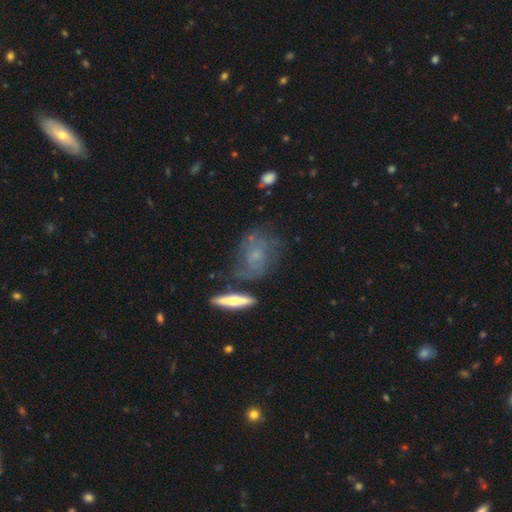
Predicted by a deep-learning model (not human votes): Smooth or featured? featured or disk (57%)
Edge-on disk? no (87%)
Merging? none (55%)